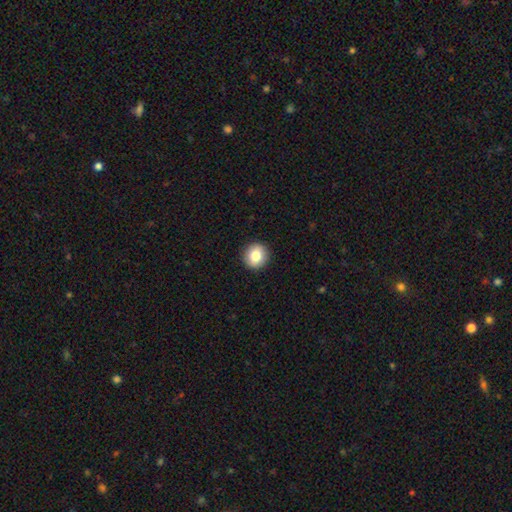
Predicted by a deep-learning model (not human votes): Overall: smooth (81%). How rounded: round (90%). Merging: none (93%).